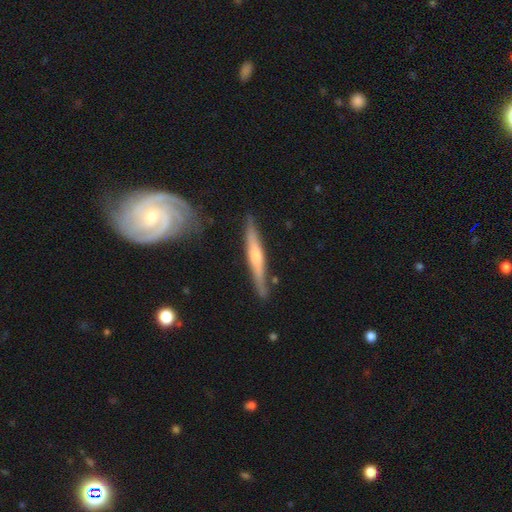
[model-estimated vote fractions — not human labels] A featured or disk galaxy (61%) viewed edge-on (94%) with a rounded central bulge (69%).

Vote fractions:
- Smooth or featured? featured or disk: 61% / smooth: 34% / star or artifact: 5%
- Edge-on disk? yes: 94% / no: 6%
- Edge-on bulge? rounded: 69% / none: 20% / boxy: 11%
- Merging? none: 83% / minor disturbance: 12% / merger: 3% / major disturbance: 2%